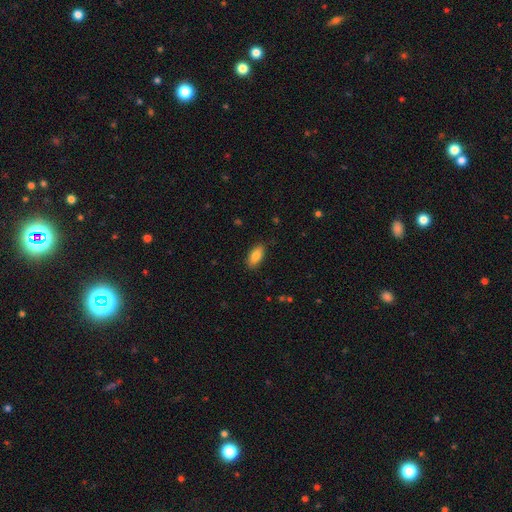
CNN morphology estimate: This appears to be a smooth galaxy with no disk features (83%) that is in between round and cigar-shaped (88%). Merging: none (86%).